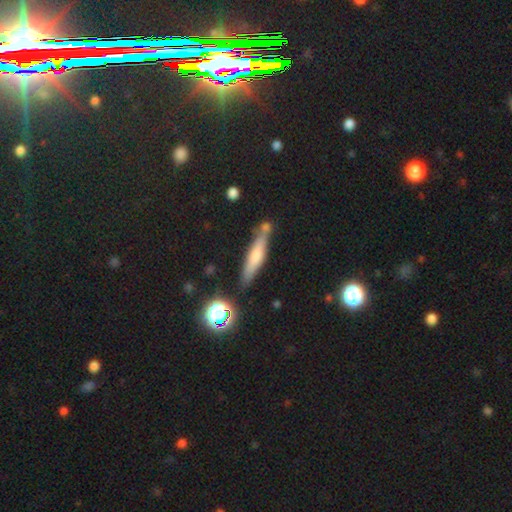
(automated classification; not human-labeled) Smooth or featured: smooth — 56% (featured or disk — 34%)
How rounded: cigar-shaped — 82% (in between — 15%)
Merging: none — 69% (minor disturbance — 15%)